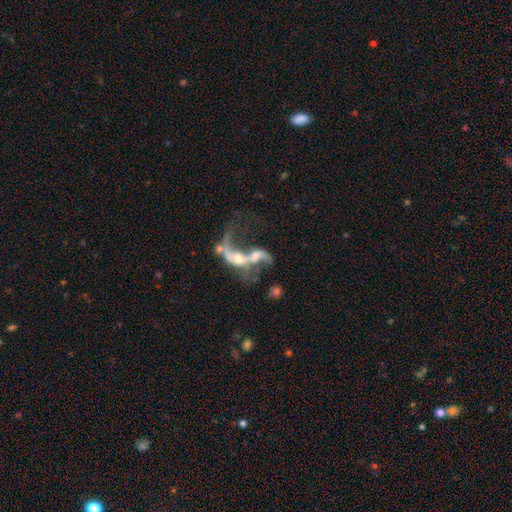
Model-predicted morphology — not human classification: type=featured or disk (70%); edge-on=no (95%); bar=no (61%); spiral arms=yes (57%); bulge=moderate (44%); merging=merger (63%).